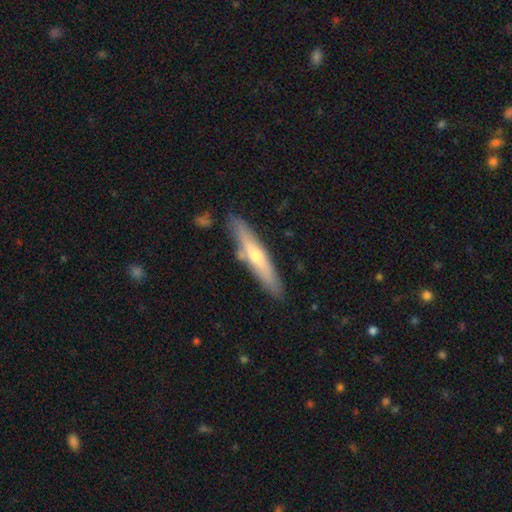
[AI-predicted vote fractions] Morphology: type=featured or disk (51%); edge-on=yes (86%); merging=none (83%).